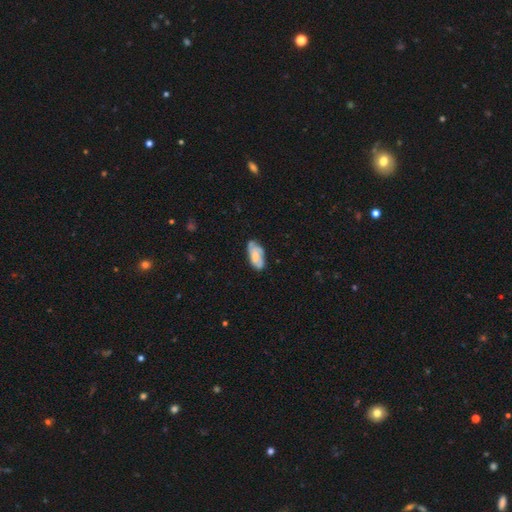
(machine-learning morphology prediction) Smooth or featured?
  - smooth: 52% *
  - featured or disk: 42%
  - star or artifact: 7%
How rounded?
  - in between: 89% *
  - cigar-shaped: 8%
  - round: 2%
Merging?
  - none: 65% *
  - minor disturbance: 26%
  - major disturbance: 7%
  - merger: 2%